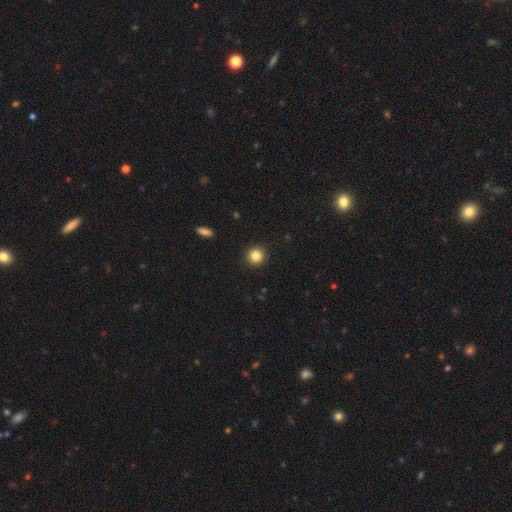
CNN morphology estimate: smooth_or_featured: smooth (p=0.84) [alt: star or artifact p=0.11]
how_rounded: round (p=0.94) [alt: in between p=0.05]
merging: none (p=0.92) [alt: minor disturbance p=0.05]